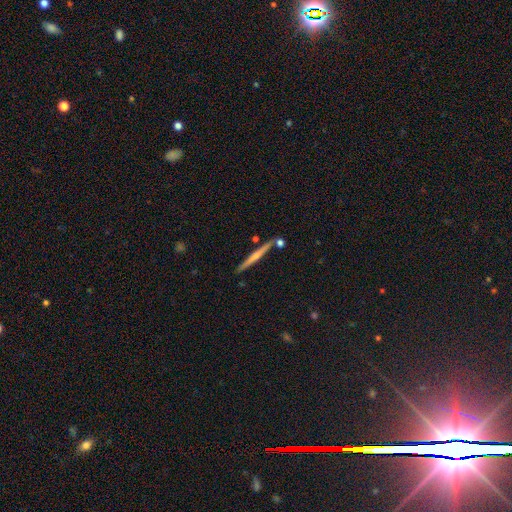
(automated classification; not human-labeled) featured or disk 56%, smooth 38%, star or artifact 6%. Down the decision tree: edge-on disk — yes (97%); edge-on bulge — rounded (46%); merging — none (83%).